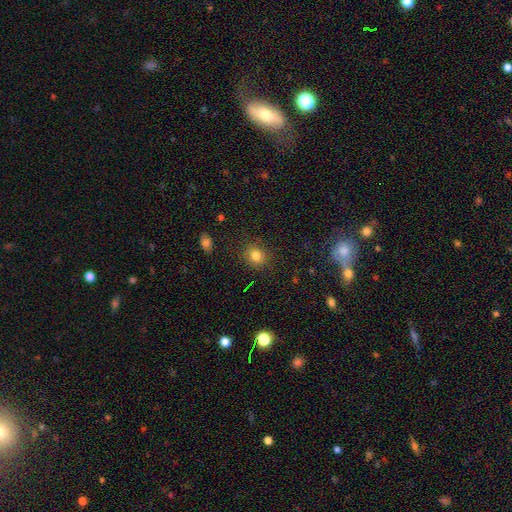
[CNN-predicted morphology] Smooth or featured: smooth — 80% (star or artifact — 14%)
How rounded: round — 76% (in between — 23%)
Merging: none — 87% (minor disturbance — 9%)